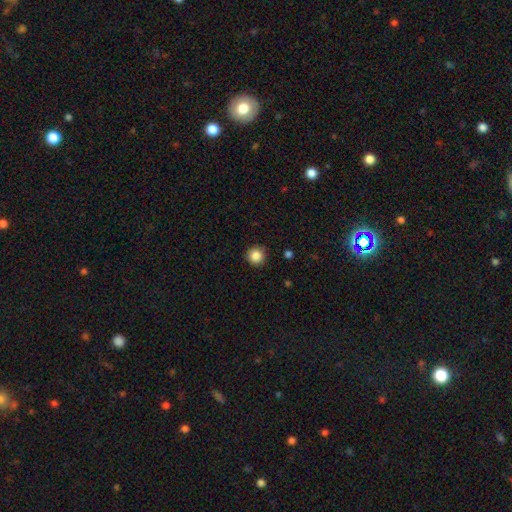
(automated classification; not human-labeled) Smooth or featured: smooth — 86% (star or artifact — 10%)
How rounded: round — 95% (in between — 4%)
Merging: none — 91% (minor disturbance — 6%)